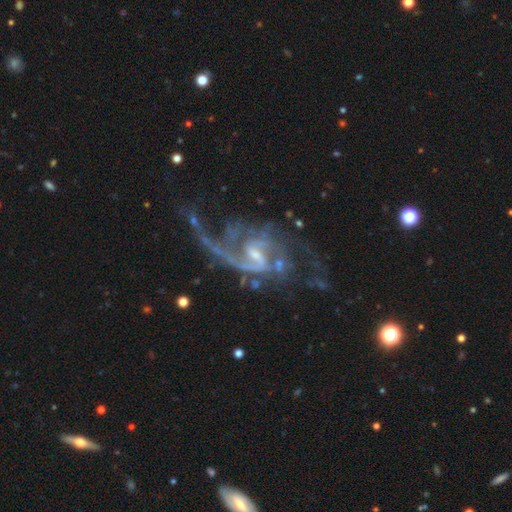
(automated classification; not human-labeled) This is clearly a featured or disk galaxy (90%). It is clearly not viewed edge-on (98%). Bar: possibly weak (57%). Spiral arm pattern: clearly yes (96%). Spiral arm count: likely 2 (63%). Spiral winding: possibly loose (55%). Central bulge: possibly small (55%). Merging: marginally major disturbance (44%).